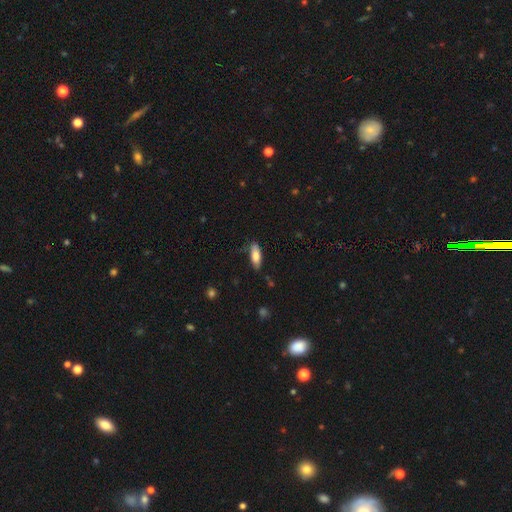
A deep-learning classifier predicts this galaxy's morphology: Overall: smooth (81%). How rounded: in between (65%; cigar-shaped 33%). Merging: none (74%).